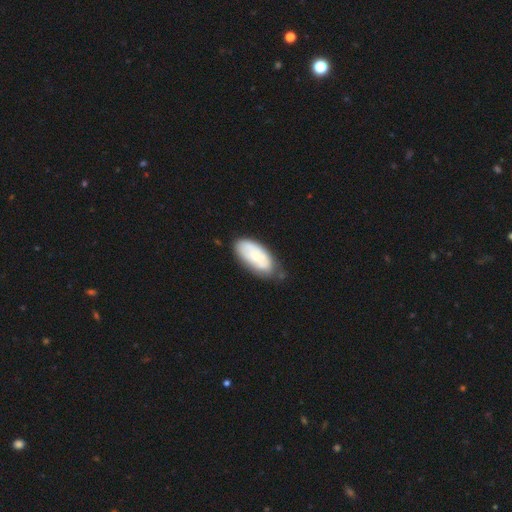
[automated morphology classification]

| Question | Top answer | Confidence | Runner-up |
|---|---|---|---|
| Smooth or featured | smooth | 57% | featured or disk (37%) |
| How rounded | in between | 91% | cigar-shaped (6%) |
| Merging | none | 61% | minor disturbance (29%) |